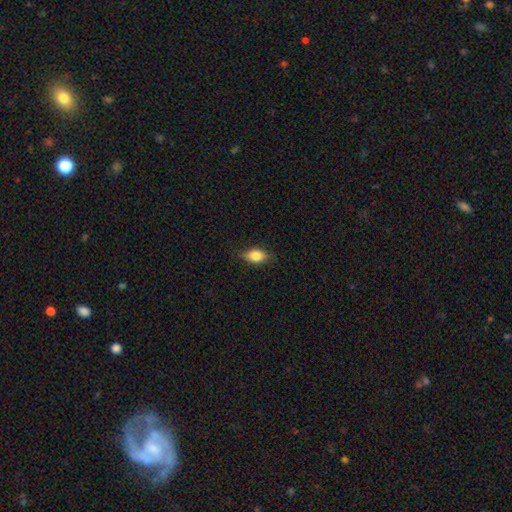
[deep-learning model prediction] Smooth or featured? smooth (78%)
How rounded? in between (81%)
Merging? none (79%)